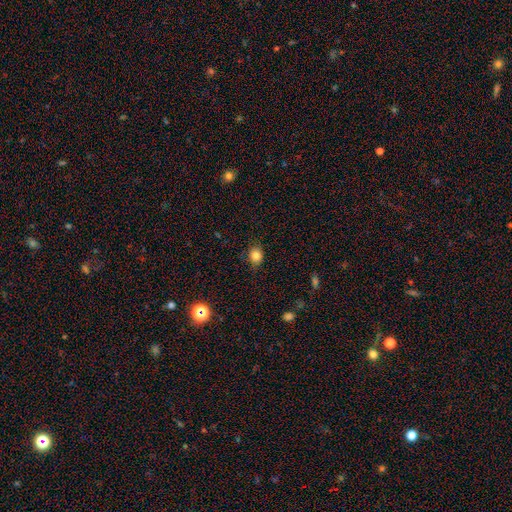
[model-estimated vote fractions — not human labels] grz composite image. It shows a smooth galaxy with no disk features (82%) that is round (54%). Merging: none (82%).